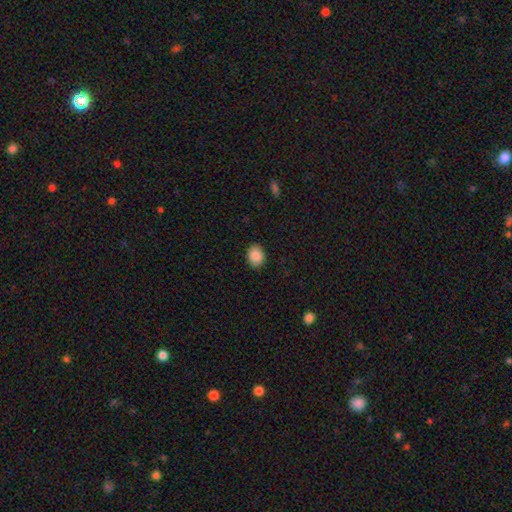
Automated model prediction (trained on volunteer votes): The model was most divided on "how rounded": in between: 59%, round: 40%, cigar-shaped: 1%. More confident: smooth or featured — smooth (88%); merging — none (88%).